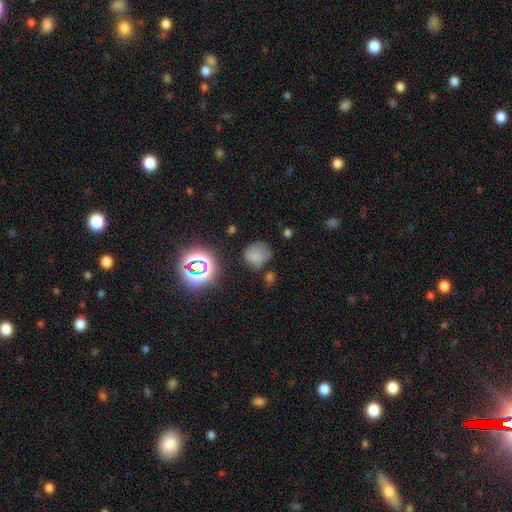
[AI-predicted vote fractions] This appears to be a smooth galaxy with no disk features (68%) that is round (82%). Merging: none (61%).